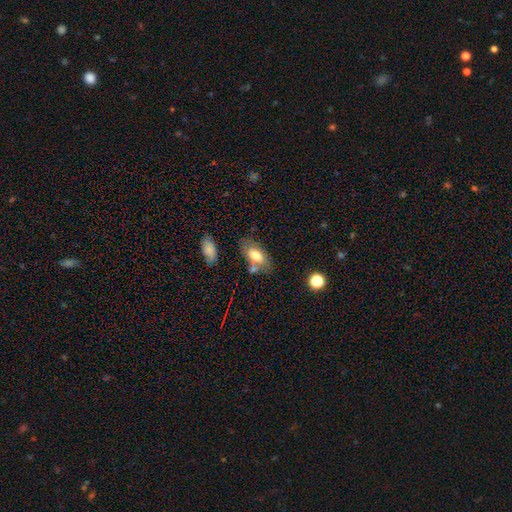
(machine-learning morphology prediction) This is likely a smooth galaxy (72%). How rounded: clearly in between (89%). Merging: possibly none (57%).